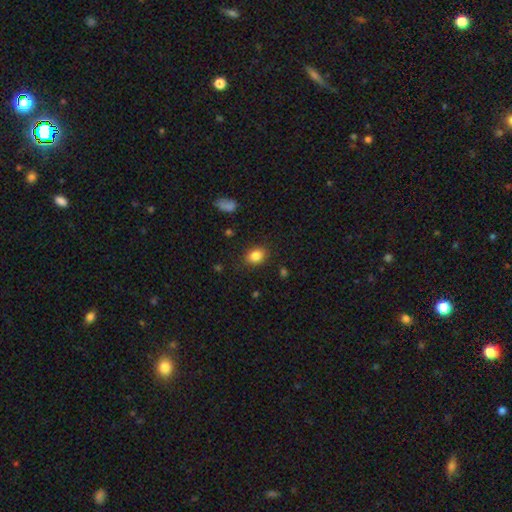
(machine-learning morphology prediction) type=smooth (84%); roundness=in between (64%); merging=none (84%).